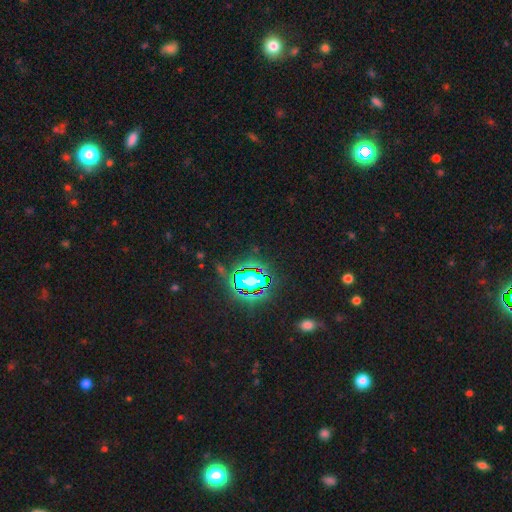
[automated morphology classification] Overall: star or artifact (81%).